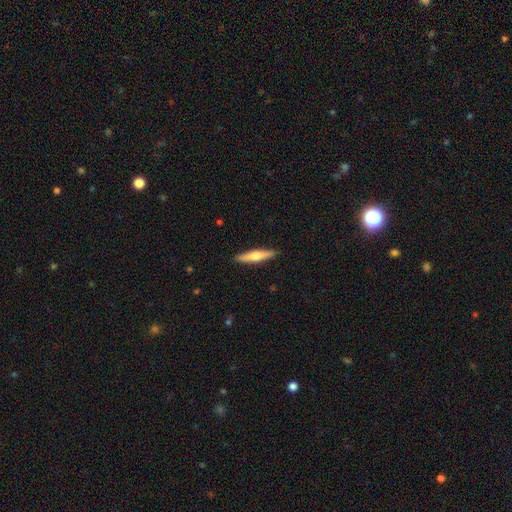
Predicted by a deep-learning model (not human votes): smooth_or_featured: featured or disk (p=0.50) [alt: smooth p=0.45]
merging: none (p=0.90) [alt: minor disturbance p=0.07]